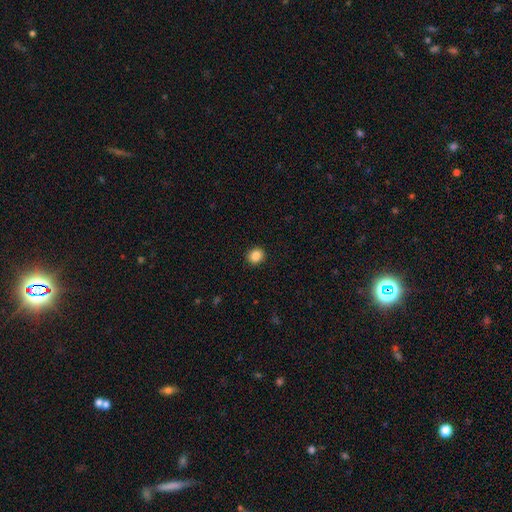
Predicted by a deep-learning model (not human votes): Overall: smooth (86%). How rounded: round (79%). Merging: none (92%).